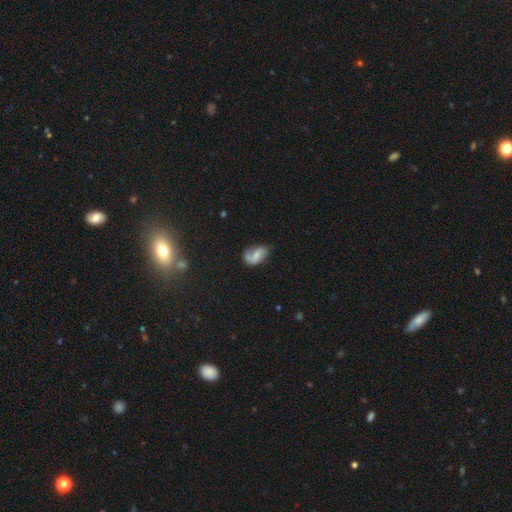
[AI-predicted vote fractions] A featured or disk galaxy (51%).

Vote fractions:
- Smooth or featured? featured or disk: 51% / smooth: 40% / star or artifact: 9%
- Edge-on disk? no: 97% / yes: 3%
- Merging? none: 48% / minor disturbance: 28% / major disturbance: 20% / merger: 4%